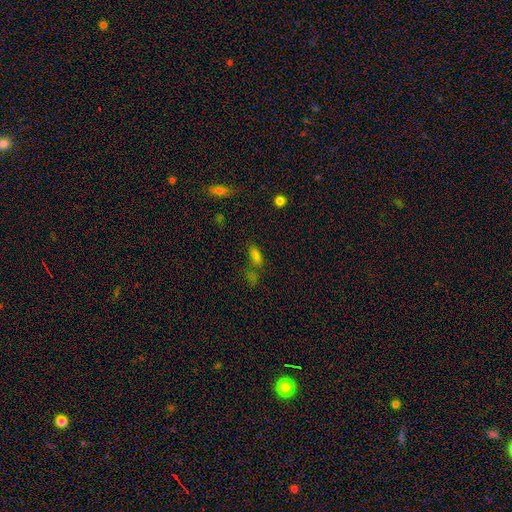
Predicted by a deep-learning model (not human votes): A smooth galaxy with no disk features (71%) that is in between round and cigar-shaped (80%).

Vote fractions:
- Smooth or featured? smooth: 71% / star or artifact: 20% / featured or disk: 9%
- How rounded? in between: 80% / cigar-shaped: 14% / round: 6%
- Merging? none: 52% / merger: 27% / minor disturbance: 14% / major disturbance: 7%